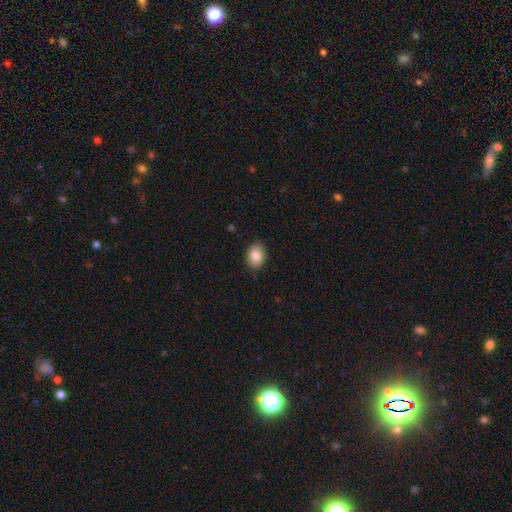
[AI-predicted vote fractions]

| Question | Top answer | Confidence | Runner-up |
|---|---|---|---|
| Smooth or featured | smooth | 86% | star or artifact (8%) |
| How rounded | in between | 73% | round (26%) |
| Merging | none | 88% | minor disturbance (9%) |